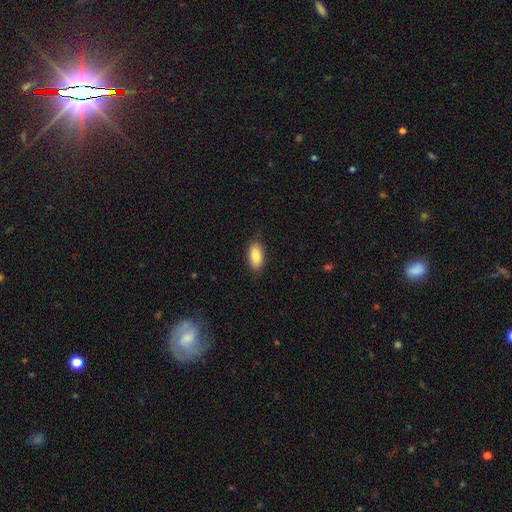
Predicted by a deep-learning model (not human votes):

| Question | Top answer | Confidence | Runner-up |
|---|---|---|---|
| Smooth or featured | smooth | 88% | star or artifact (6%) |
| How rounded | in between | 91% | cigar-shaped (6%) |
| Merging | none | 85% | minor disturbance (11%) |